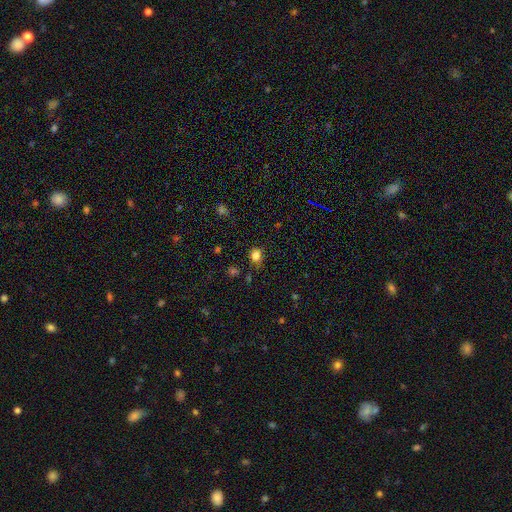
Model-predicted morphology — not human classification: Q: Smooth or featured?
A: smooth (80%); runner-up: star or artifact (15%)
Q: How rounded?
A: round (61%); runner-up: in between (38%)
Q: Merging?
A: none (72%); runner-up: minor disturbance (19%)